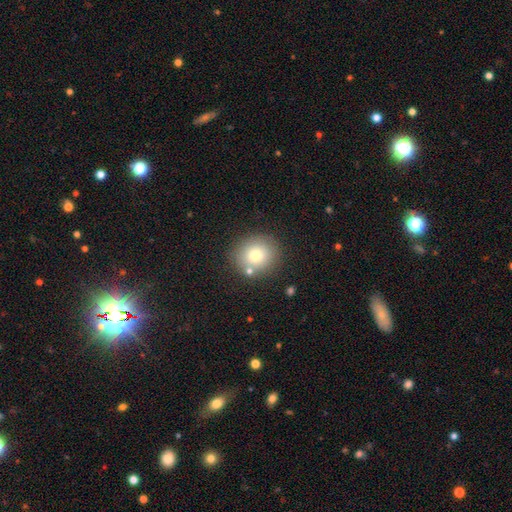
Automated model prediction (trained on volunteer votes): Overall: smooth (74%). How rounded: round (86%). Merging: none (80%).